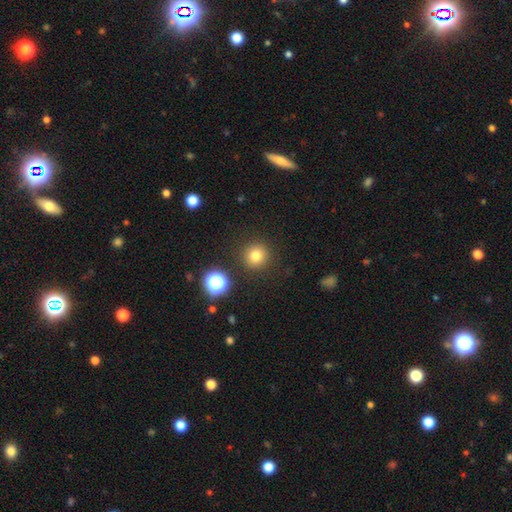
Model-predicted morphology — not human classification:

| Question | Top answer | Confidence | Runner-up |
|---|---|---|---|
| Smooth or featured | smooth | 78% | star or artifact (15%) |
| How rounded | round | 95% | in between (4%) |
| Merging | none | 90% | minor disturbance (6%) |